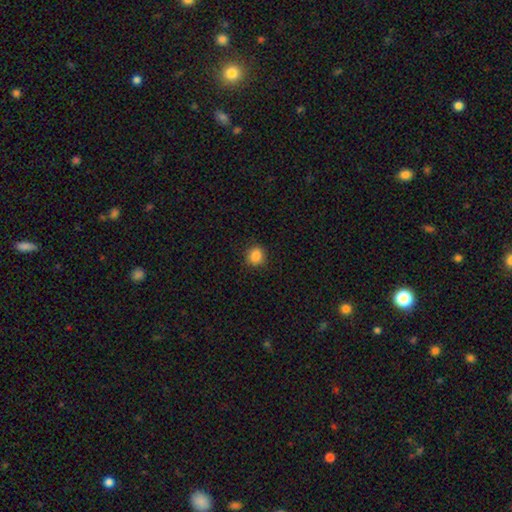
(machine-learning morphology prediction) Smooth or featured? smooth (86%)
How rounded? round (79%)
Merging? none (87%)